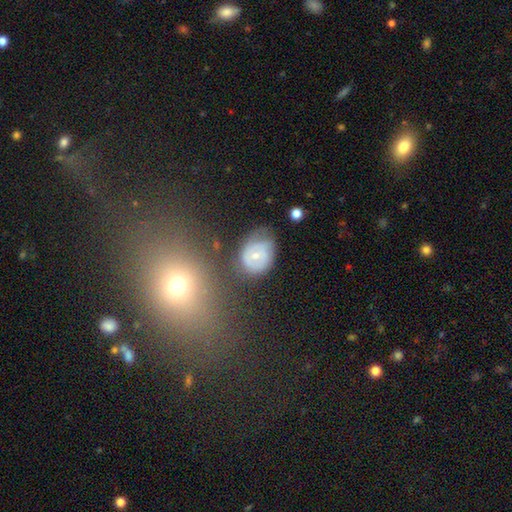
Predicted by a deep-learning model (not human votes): A featured or disk galaxy (51%). Merging: none (47%).